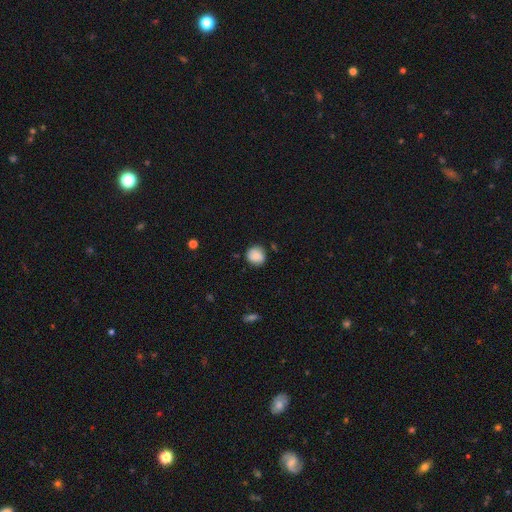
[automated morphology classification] Smooth or featured? smooth (83%)
How rounded? round (88%)
Merging? none (82%)